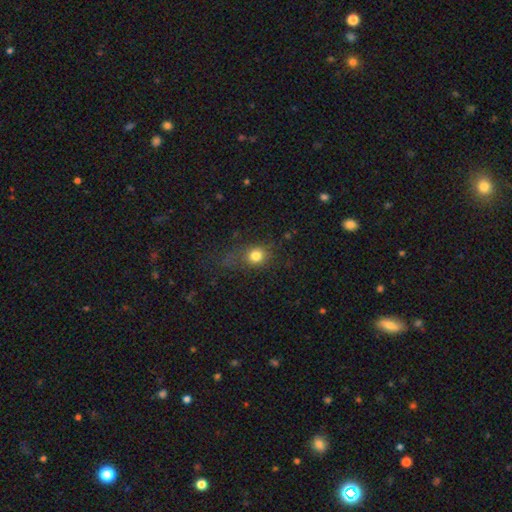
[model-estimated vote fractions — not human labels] Smooth or featured?
  - smooth: 78% *
  - star or artifact: 13%
  - featured or disk: 9%
How rounded?
  - round: 74% *
  - in between: 23%
  - cigar-shaped: 2%
Merging?
  - none: 58% *
  - minor disturbance: 21%
  - major disturbance: 18%
  - merger: 3%